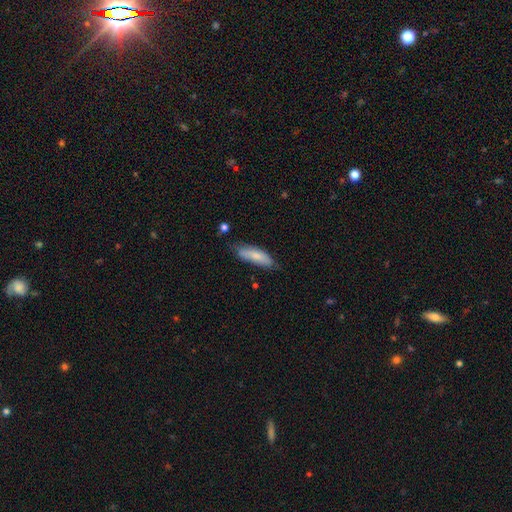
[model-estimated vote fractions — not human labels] Smooth or featured? smooth (75%)
How rounded? in between (54%)
Merging? none (65%)